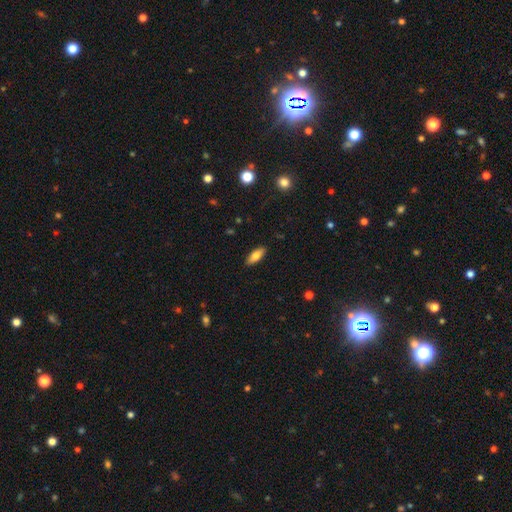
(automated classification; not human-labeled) smooth-or-featured: smooth: 78% | featured or disk: 15% | star or artifact: 7%
  how-rounded: in between: 76% | cigar-shaped: 22% | round: 2%
  merging: none: 89% | minor disturbance: 8% | major disturbance: 2% | merger: 1%